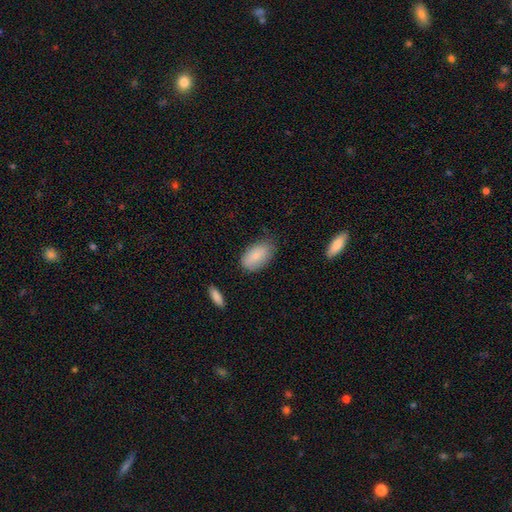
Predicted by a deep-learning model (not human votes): smooth_or_featured: smooth (p=0.85) [alt: featured or disk p=0.08]
how_rounded: in between (p=0.93) [alt: round p=0.04]
merging: none (p=0.69) [alt: minor disturbance p=0.24]